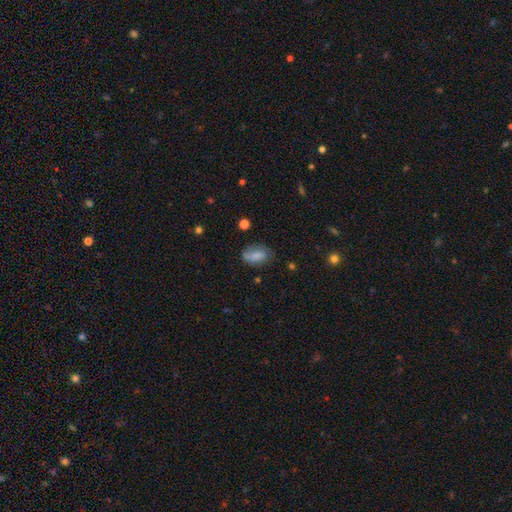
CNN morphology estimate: This appears to be a smooth galaxy with no disk features (73%) that is in between round and cigar-shaped (86%). Merging: none (58%).